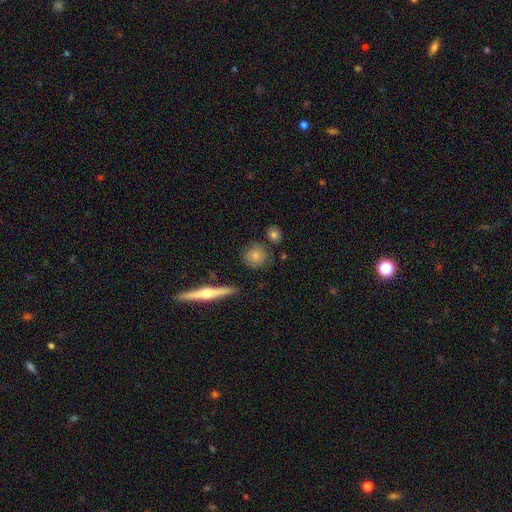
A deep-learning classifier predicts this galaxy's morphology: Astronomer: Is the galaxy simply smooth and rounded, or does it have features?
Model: smooth — 72%.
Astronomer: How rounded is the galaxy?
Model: round — 85%.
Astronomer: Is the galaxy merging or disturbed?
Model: none — 80%.